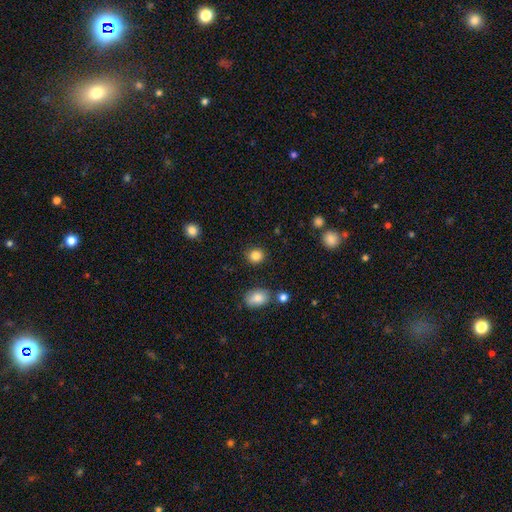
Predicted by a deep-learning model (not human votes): Smooth or featured?
  - smooth: 86% *
  - star or artifact: 10%
  - featured or disk: 4%
How rounded?
  - round: 83% *
  - in between: 16%
  - cigar-shaped: 1%
Merging?
  - none: 88% *
  - minor disturbance: 7%
  - major disturbance: 2%
  - merger: 2%